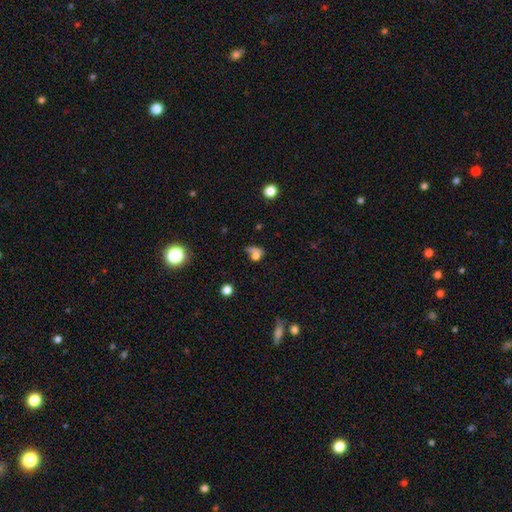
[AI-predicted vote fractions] A smooth galaxy with no disk features (63%) that is round (50%).

Vote fractions:
- Smooth or featured? smooth: 63% / featured or disk: 20% / star or artifact: 17%
- How rounded? round: 50% / in between: 45% / cigar-shaped: 5%
- Merging? none: 32% / merger: 25% / major disturbance: 25% / minor disturbance: 18%